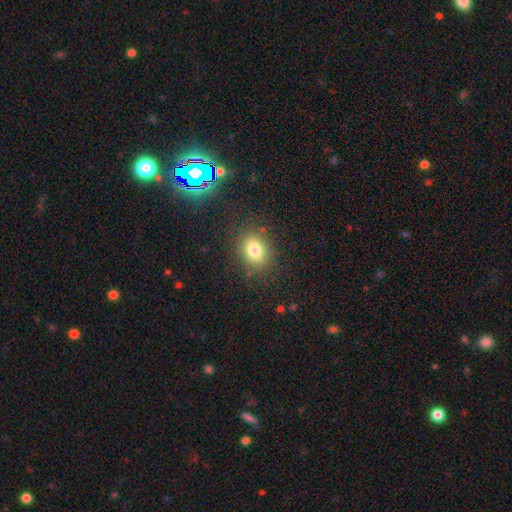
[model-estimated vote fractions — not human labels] Q: Smooth or featured?
A: smooth (73%); runner-up: star or artifact (18%)
Q: How rounded?
A: in between (61%); runner-up: round (37%)
Q: Merging?
A: none (85%); runner-up: minor disturbance (9%)